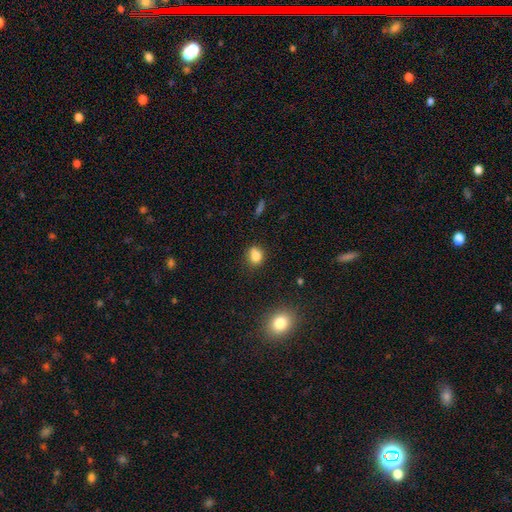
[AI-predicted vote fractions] The model was most divided on "how rounded": round: 64%, in between: 35%, cigar-shaped: 1%. More confident: smooth or featured — smooth (78%); merging — none (53%).